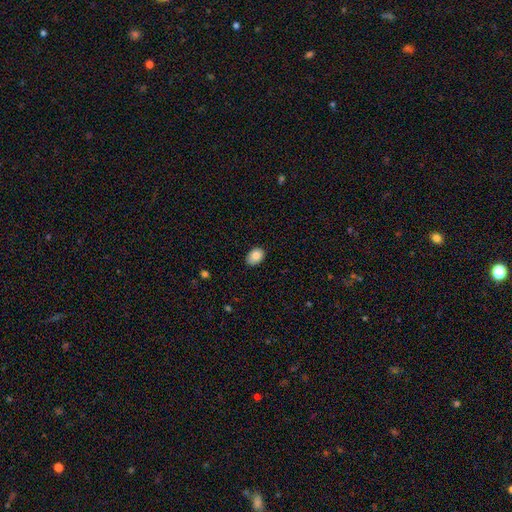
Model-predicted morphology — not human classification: smooth-or-featured: smooth: 85% | star or artifact: 8% | featured or disk: 7%
  how-rounded: in between: 81% | round: 18% | cigar-shaped: 1%
  merging: none: 81% | minor disturbance: 16% | major disturbance: 2% | merger: 1%